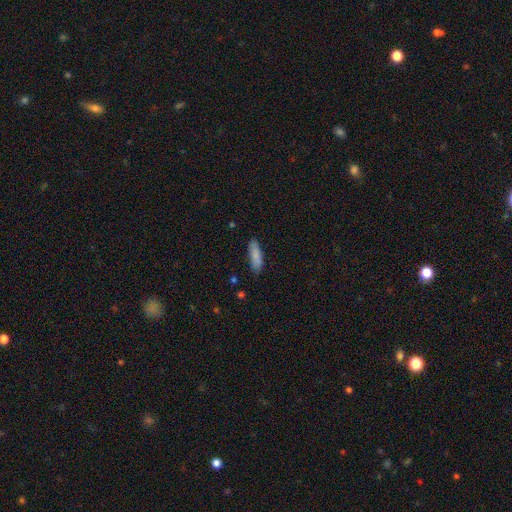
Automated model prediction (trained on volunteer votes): smooth 84%, featured or disk 10%, star or artifact 6%. Down the decision tree: how rounded — cigar-shaped (51%); merging — none (82%).